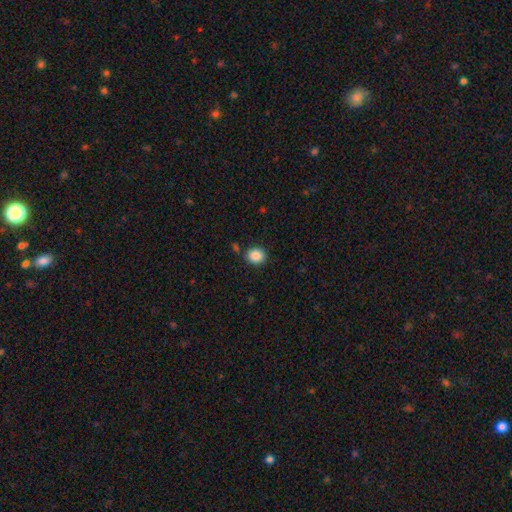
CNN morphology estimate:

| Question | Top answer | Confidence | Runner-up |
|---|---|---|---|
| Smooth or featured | smooth | 88% | star or artifact (9%) |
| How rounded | round | 69% | in between (30%) |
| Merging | none | 83% | minor disturbance (10%) |